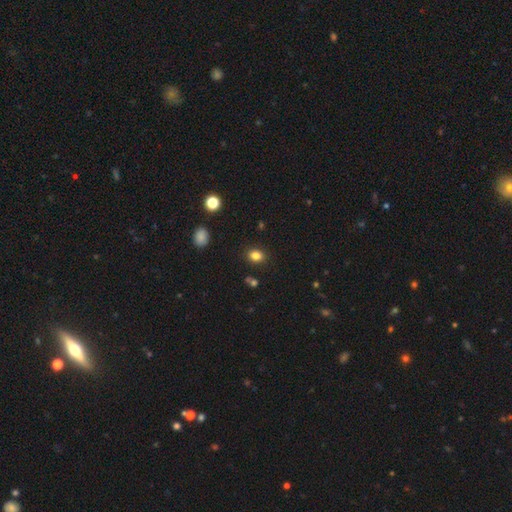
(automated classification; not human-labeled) Smooth or featured? smooth (82%)
How rounded? in between (53%)
Merging? none (87%)